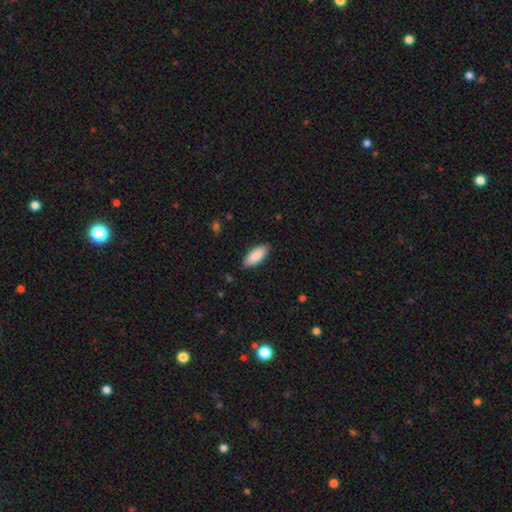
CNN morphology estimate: A smooth galaxy with no disk features (89%) that is in between round and cigar-shaped (84%).

Vote fractions:
- Smooth or featured? smooth: 89% / featured or disk: 6% / star or artifact: 5%
- How rounded? in between: 84% / cigar-shaped: 14% / round: 2%
- Merging? none: 87% / minor disturbance: 10% / major disturbance: 2% / merger: 1%